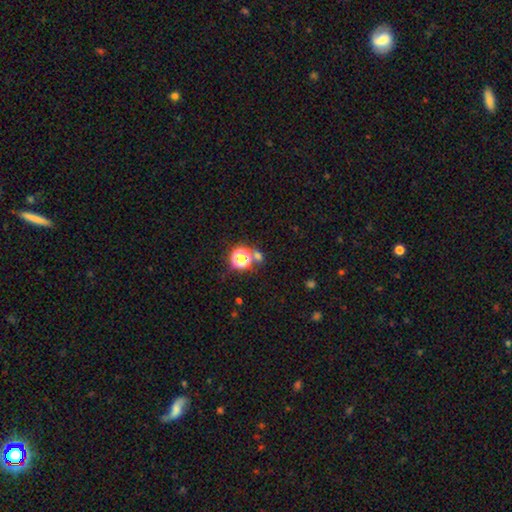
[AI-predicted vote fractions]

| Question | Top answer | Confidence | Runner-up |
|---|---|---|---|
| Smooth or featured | star or artifact | 49% | smooth (44%) |